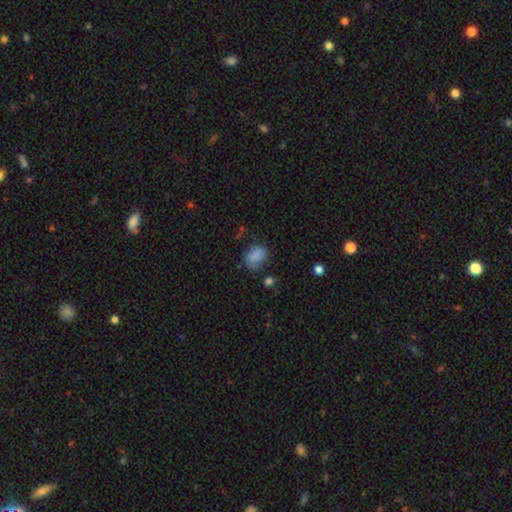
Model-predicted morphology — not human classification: Q: Smooth or featured?
A: smooth (83%); runner-up: star or artifact (10%)
Q: How rounded?
A: in between (69%); runner-up: round (30%)
Q: Merging?
A: none (66%); runner-up: minor disturbance (24%)